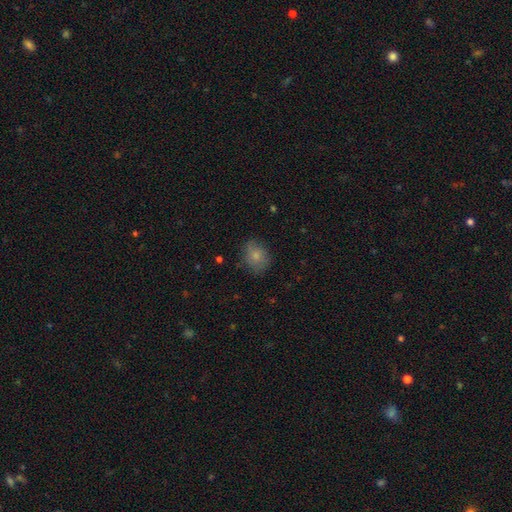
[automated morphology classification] A smooth galaxy with no disk features (78%) that is round (52%). Merging: none (73%).